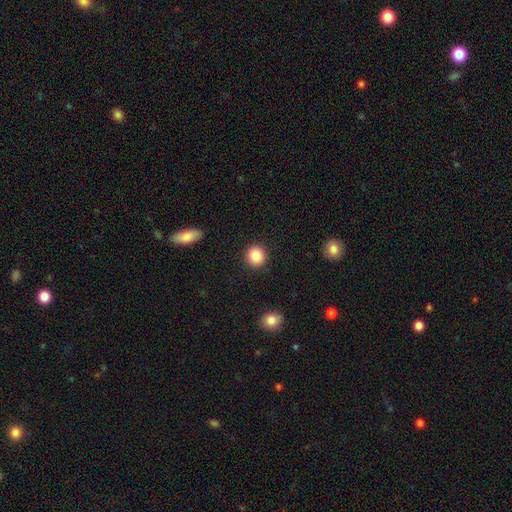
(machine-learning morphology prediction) smooth_or_featured: smooth (p=0.87) [alt: star or artifact p=0.09]
how_rounded: round (p=0.90) [alt: in between p=0.09]
merging: none (p=0.91) [alt: minor disturbance p=0.05]